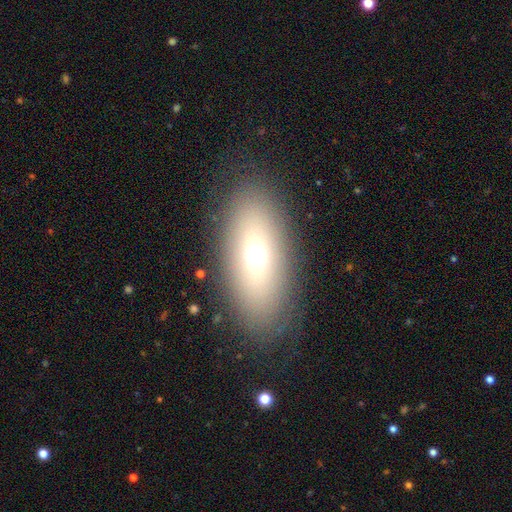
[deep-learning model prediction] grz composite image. It shows a smooth galaxy with no disk features (66%) that is in between round and cigar-shaped (83%). Merging: none (85%).